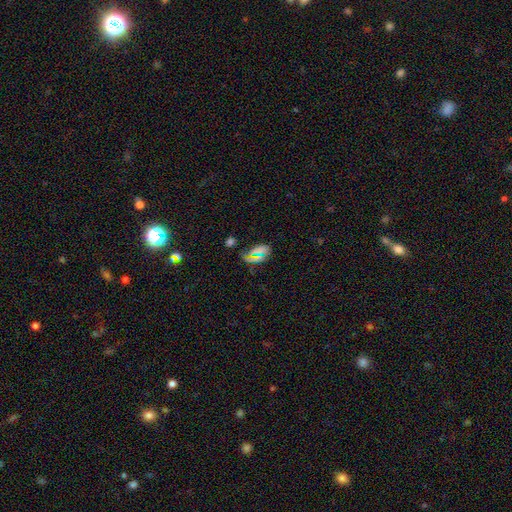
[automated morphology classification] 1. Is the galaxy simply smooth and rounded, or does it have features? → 60% smooth, 29% star or artifact, 11% featured or disk.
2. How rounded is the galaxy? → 81% in between, 10% round, 9% cigar-shaped.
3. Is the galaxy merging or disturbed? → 67% none, 18% minor disturbance, 8% major disturbance, 6% merger.